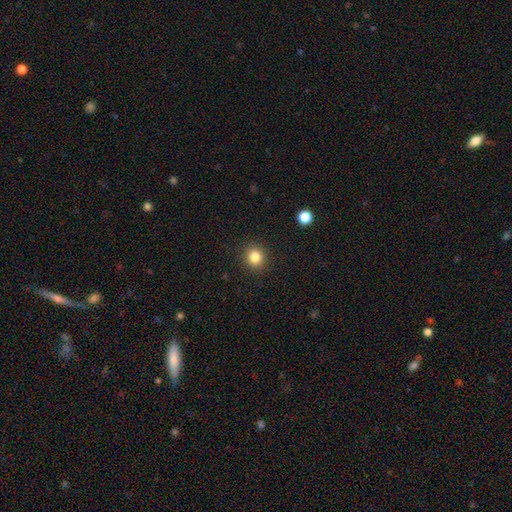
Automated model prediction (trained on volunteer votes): This appears to be a smooth galaxy with no disk features (83%) that is round (87%). Merging: none (91%).